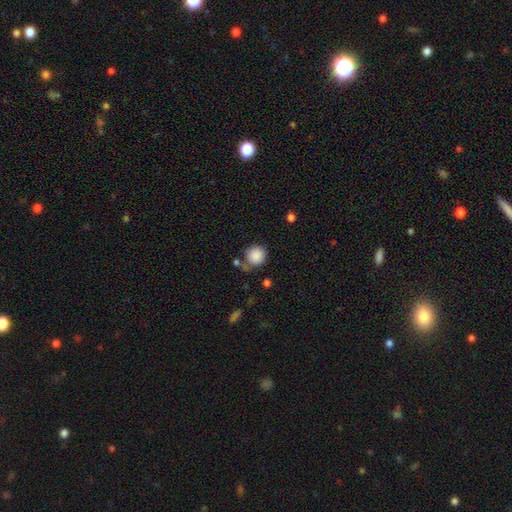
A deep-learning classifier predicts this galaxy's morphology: smooth-or-featured: smooth: 88% | star or artifact: 9% | featured or disk: 4%
  how-rounded: round: 90% | in between: 9% | cigar-shaped: 1%
  merging: none: 71% | minor disturbance: 14% | merger: 10% | major disturbance: 5%